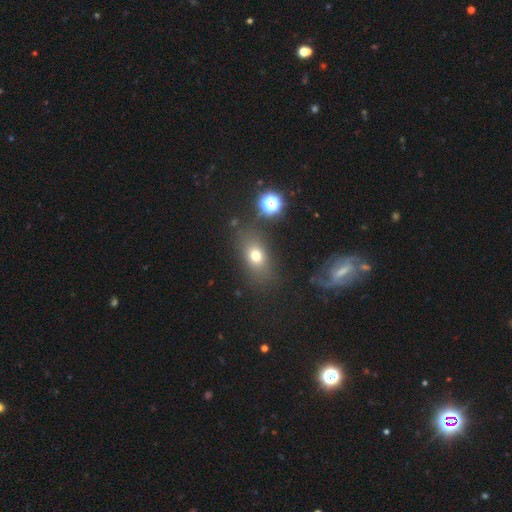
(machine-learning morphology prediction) smooth-or-featured: smooth: 70% | star or artifact: 17% | featured or disk: 13%
  how-rounded: in between: 65% | round: 31% | cigar-shaped: 4%
  merging: none: 77% | minor disturbance: 13% | major disturbance: 7% | merger: 4%